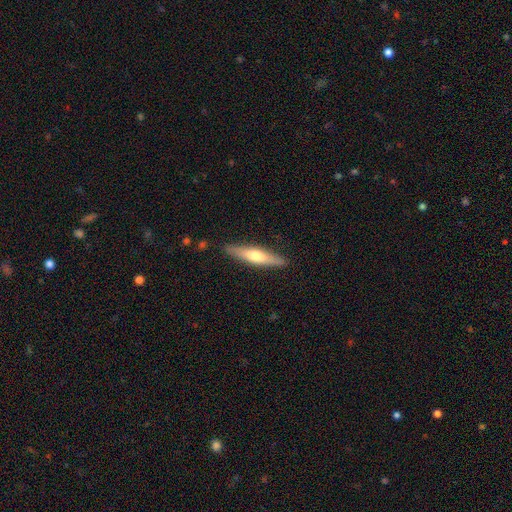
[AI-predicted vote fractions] smooth-or-featured: smooth: 48% | featured or disk: 46% | star or artifact: 5%
  merging: none: 89% | minor disturbance: 8% | major disturbance: 2% | merger: 1%